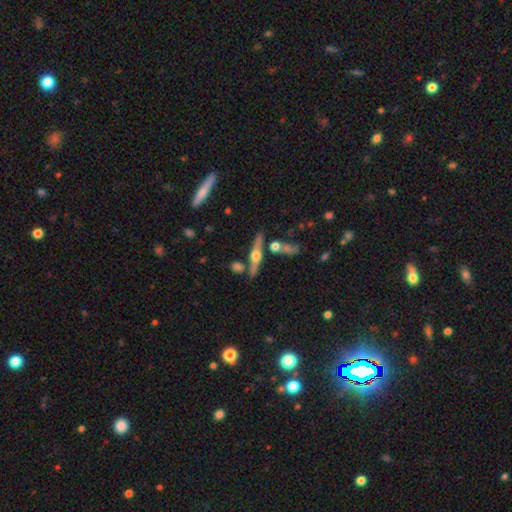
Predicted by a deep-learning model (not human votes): Smooth or featured? Predicted: featured or disk (p=0.74). Edge-on disk? Predicted: yes (p=0.96). Edge-on bulge? Predicted: rounded (p=0.96). Merging? Predicted: none (p=0.77).